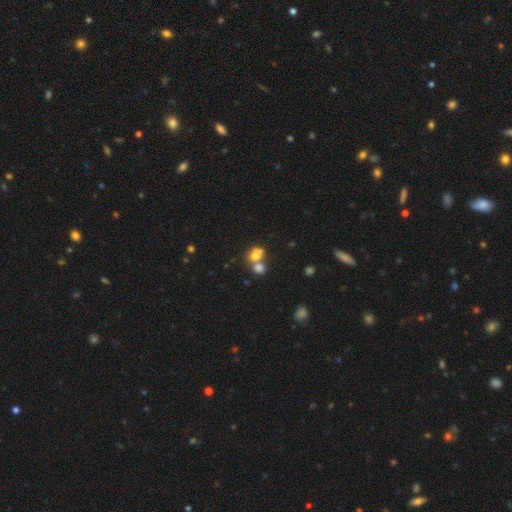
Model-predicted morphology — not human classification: Smooth or featured? smooth (70%)
How rounded? round (58%)
Merging? merger (63%)